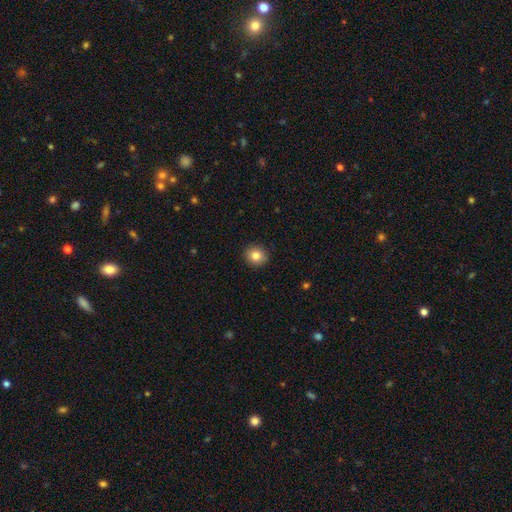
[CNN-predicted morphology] The model was most divided on "how rounded": round: 85%, in between: 14%, cigar-shaped: 1%. More confident: merging — none (92%); smooth or featured — smooth (83%).